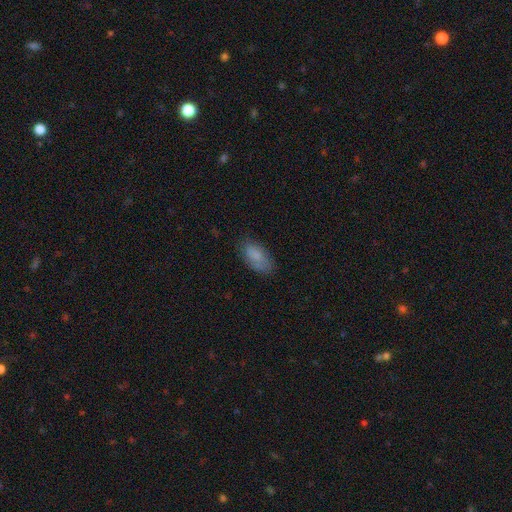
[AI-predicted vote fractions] Morphology: type=smooth (80%); roundness=in between (93%); merging=none (71%).